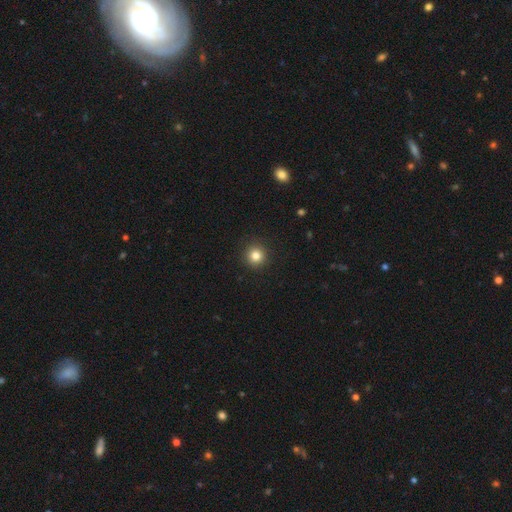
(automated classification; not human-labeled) Smooth or featured: smooth — 83% (star or artifact — 12%)
How rounded: round — 95% (in between — 4%)
Merging: none — 92% (minor disturbance — 5%)